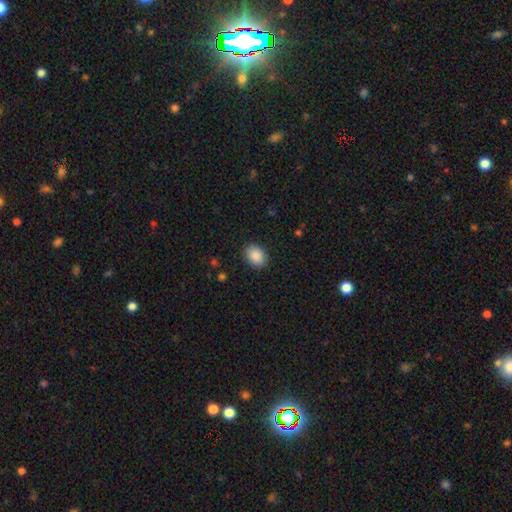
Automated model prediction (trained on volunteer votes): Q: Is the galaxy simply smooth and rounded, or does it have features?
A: smooth — 89%.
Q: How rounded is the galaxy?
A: in between — 72%.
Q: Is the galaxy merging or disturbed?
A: none — 89%.